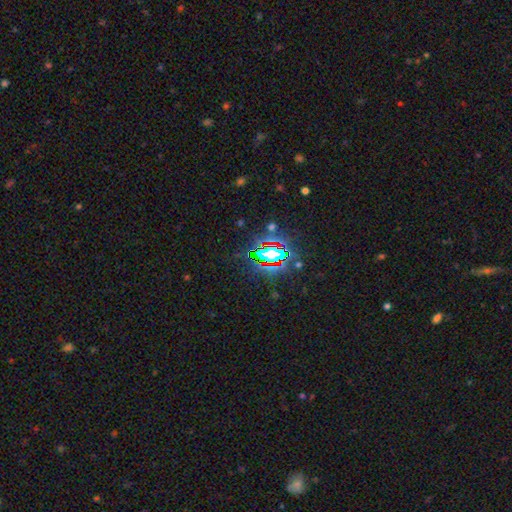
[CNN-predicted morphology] Smooth or featured: star or artifact — 82% (smooth — 10%)